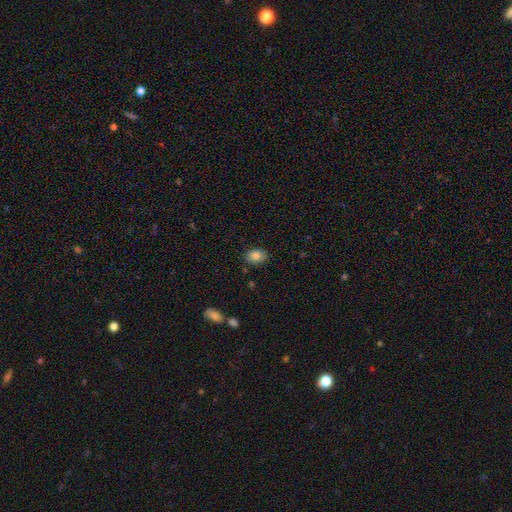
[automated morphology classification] A smooth galaxy with no disk features (83%) that is in between round and cigar-shaped (72%).

Vote fractions:
- Smooth or featured? smooth: 83% / star or artifact: 9% / featured or disk: 8%
- How rounded? in between: 72% / round: 27% / cigar-shaped: 1%
- Merging? none: 85% / minor disturbance: 11% / major disturbance: 2% / merger: 2%